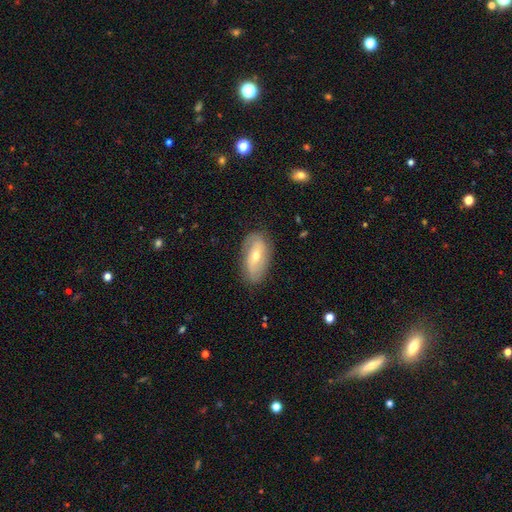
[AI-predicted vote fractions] featured or disk 57%, smooth 36%, star or artifact 7%. Down the decision tree: edge-on disk — no (89%); bar — no (43%); spiral arms — yes (69%); bulge size — moderate (58%); merging — none (78%).